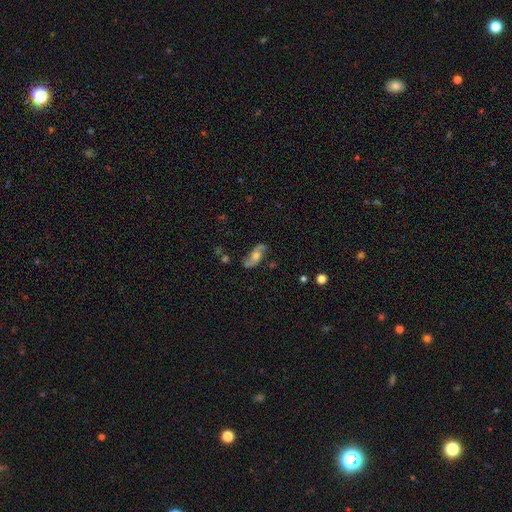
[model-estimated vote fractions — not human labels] The model was most divided on "spiral winding": loose: 60%, medium: 29%, tight: 10%. More confident: spiral arm count — 2 (90%); spiral arms — yes (89%); edge-on disk — no (89%); merging — none (76%); smooth or featured — featured or disk (71%); bar — no (67%); bulge size — moderate (64%).